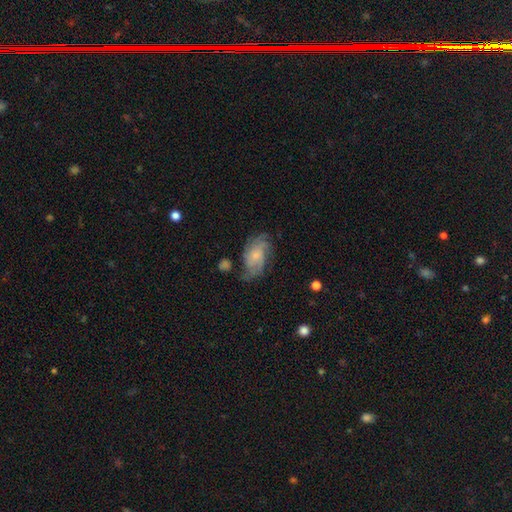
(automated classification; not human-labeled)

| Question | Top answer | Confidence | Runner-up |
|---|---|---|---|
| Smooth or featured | featured or disk | 67% | smooth (25%) |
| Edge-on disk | no | 96% | yes (4%) |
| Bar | no | 71% | weak (25%) |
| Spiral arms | yes | 89% | no (11%) |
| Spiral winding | medium | 41% | tight (36%) |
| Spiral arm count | can't tell | 36% | 2 (20%) |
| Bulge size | small | 60% | moderate (26%) |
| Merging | none | 59% | minor disturbance (24%) |